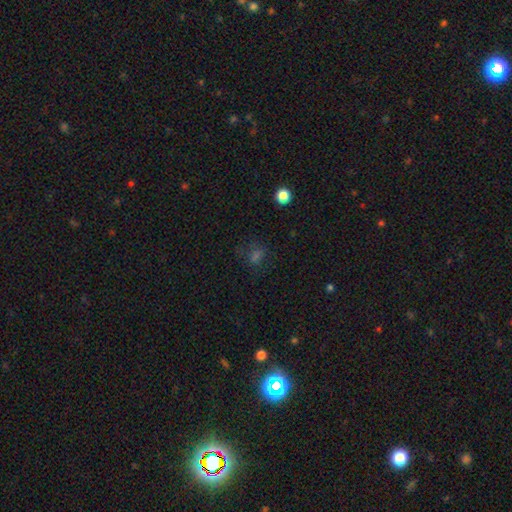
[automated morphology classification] A smooth galaxy with no disk features (53%) that is in between round and cigar-shaped (53%).

Vote fractions:
- Smooth or featured? smooth: 53% / star or artifact: 34% / featured or disk: 13%
- How rounded? in between: 53% / round: 44% / cigar-shaped: 3%
- Merging? none: 66% / minor disturbance: 18% / major disturbance: 14% / merger: 3%